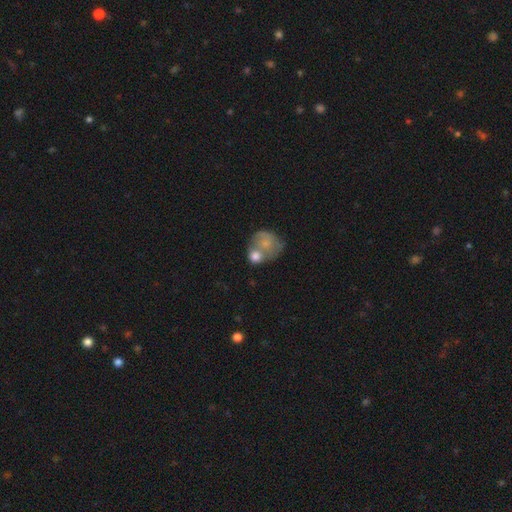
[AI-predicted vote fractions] Overall: smooth (70%). How rounded: round (68%; in between 31%). Merging: merger (54%; none 26%).